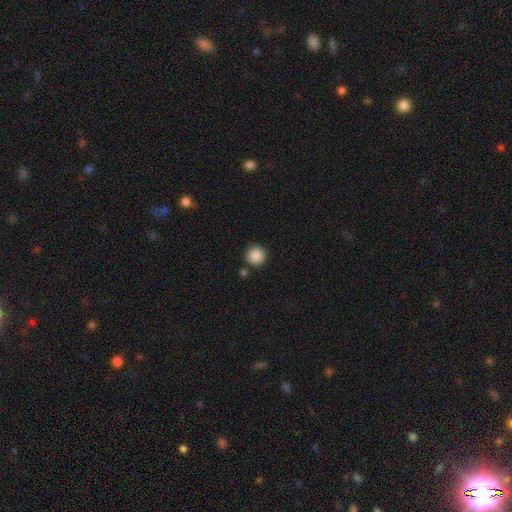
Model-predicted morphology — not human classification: A smooth galaxy with no disk features (88%) that is round (95%). Merging: none (85%).